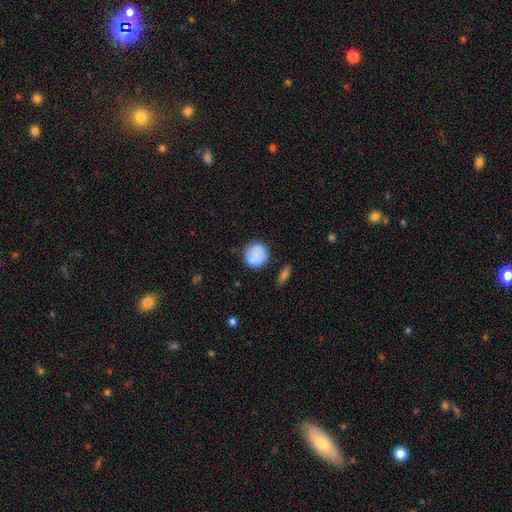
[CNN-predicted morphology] Smooth or featured? Predicted: smooth (p=0.84). How rounded? Predicted: round (p=0.88). Merging? Predicted: none (p=0.72).